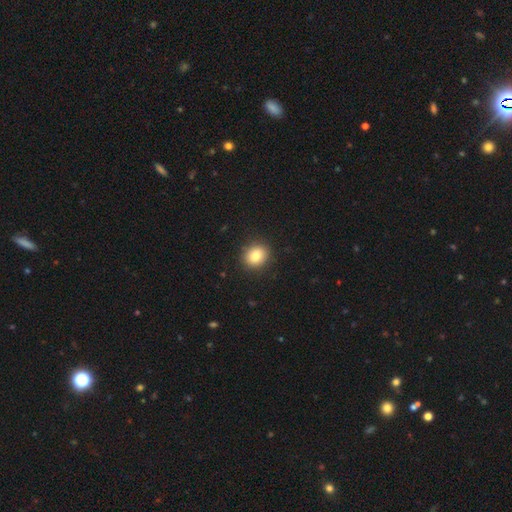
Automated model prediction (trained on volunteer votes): Smooth or featured? Predicted: smooth (p=0.83). How rounded? Predicted: round (p=0.74). Merging? Predicted: none (p=0.90).